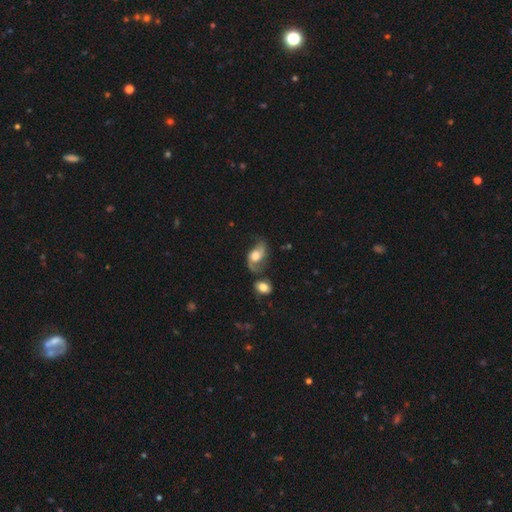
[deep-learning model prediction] A featured or disk galaxy (69%) with no bar (64%), 2 (88%) loose (61%) spiral arms (89%) and a moderate central bulge (44%).

Vote fractions:
- Smooth or featured? featured or disk: 69% / smooth: 24% / star or artifact: 8%
- Edge-on disk? no: 96% / yes: 4%
- Bar? no: 64% / weak: 29% / strong: 7%
- Spiral arms? yes: 89% / no: 11%
- Spiral winding? loose: 61% / medium: 31% / tight: 9%
- Spiral arm count? 2: 88% / 1: 5% / can't tell: 4% / 3: 1% / 4: 1% / more than 4: 1%
- Bulge size? moderate: 44% / large: 39% / small: 9% / dominant: 5% / none: 4%
- Merging? none: 49% / minor disturbance: 21% / merger: 15% / major disturbance: 15%